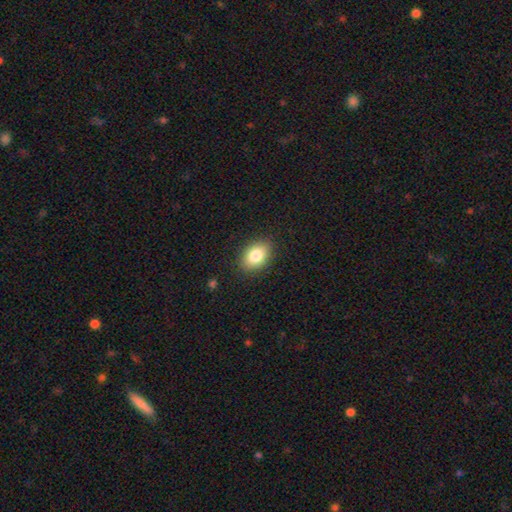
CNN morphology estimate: Overall: smooth (83%). How rounded: in between (84%). Merging: none (87%).